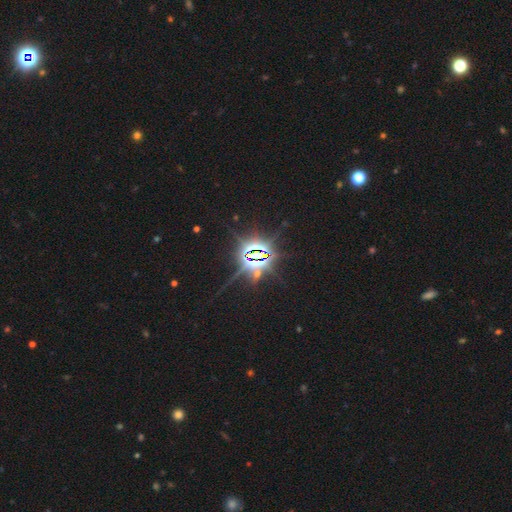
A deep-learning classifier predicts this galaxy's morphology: type=star or artifact (85%).